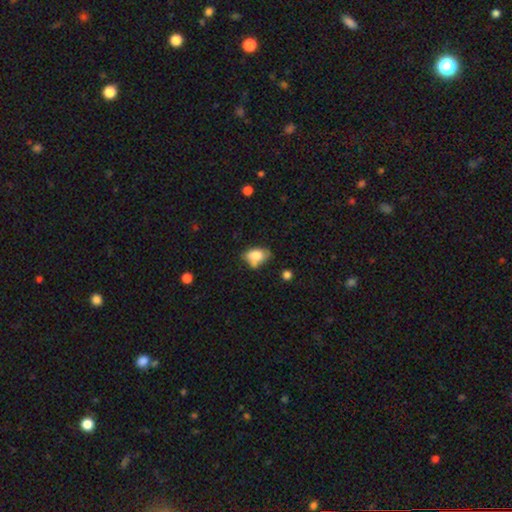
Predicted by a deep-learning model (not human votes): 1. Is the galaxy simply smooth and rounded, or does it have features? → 76% smooth, 14% featured or disk, 9% star or artifact.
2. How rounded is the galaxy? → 82% in between, 16% round, 2% cigar-shaped.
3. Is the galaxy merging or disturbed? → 41% none, 30% minor disturbance, 19% merger, 11% major disturbance.